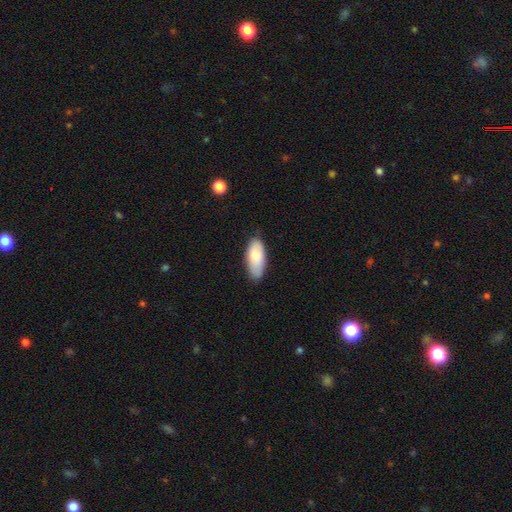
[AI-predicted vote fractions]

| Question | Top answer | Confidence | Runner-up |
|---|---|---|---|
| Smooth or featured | smooth | 81% | featured or disk (13%) |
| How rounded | in between | 86% | cigar-shaped (12%) |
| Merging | none | 74% | minor disturbance (21%) |